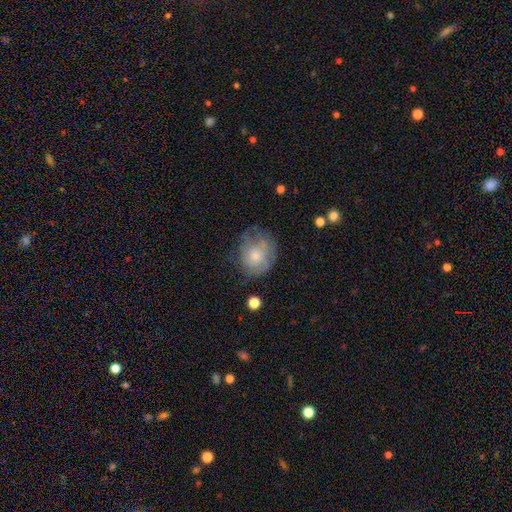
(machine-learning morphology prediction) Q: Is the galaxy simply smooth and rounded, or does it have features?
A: smooth — 49%.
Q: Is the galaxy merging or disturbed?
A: none — 48%.